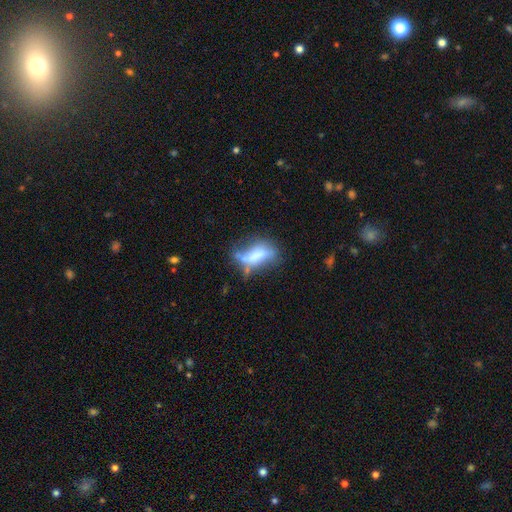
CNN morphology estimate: Smooth or featured? smooth (52%)
How rounded? in between (72%)
Merging? none (33%)